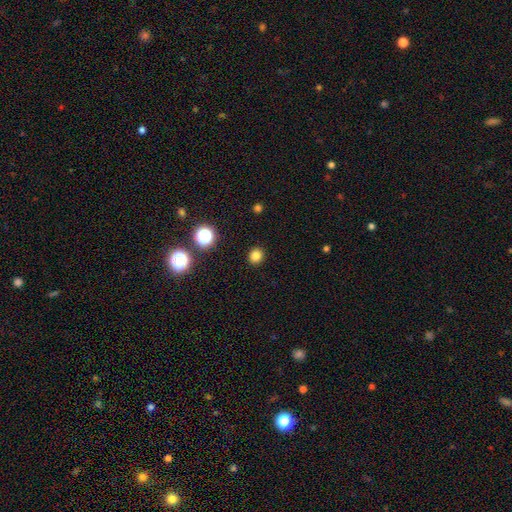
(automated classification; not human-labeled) Q: Smooth or featured?
A: smooth (80%); runner-up: star or artifact (16%)
Q: How rounded?
A: round (86%); runner-up: in between (13%)
Q: Merging?
A: none (91%); runner-up: minor disturbance (5%)